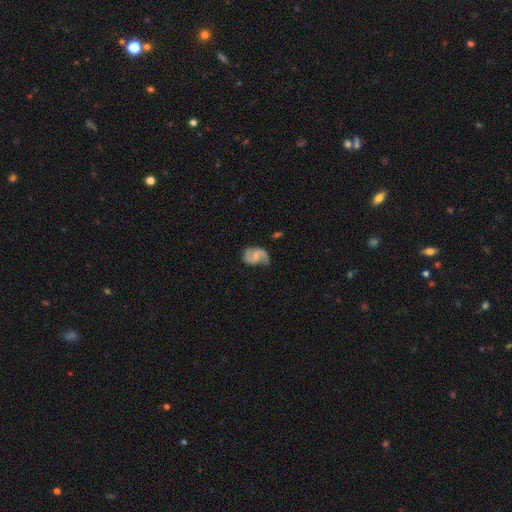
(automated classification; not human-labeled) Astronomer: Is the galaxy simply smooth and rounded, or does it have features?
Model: featured or disk — 80%.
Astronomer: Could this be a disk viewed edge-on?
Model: no — 98%.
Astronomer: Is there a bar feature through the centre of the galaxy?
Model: no — 49% (runner-up: weak, 42%).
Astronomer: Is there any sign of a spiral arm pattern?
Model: yes — 95%.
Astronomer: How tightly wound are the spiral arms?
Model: medium — 45% (runner-up: loose, 40%).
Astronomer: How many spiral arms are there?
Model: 2 — 86%.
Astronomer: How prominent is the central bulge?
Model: small — 51% (runner-up: moderate, 28%).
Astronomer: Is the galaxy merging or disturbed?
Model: none — 62%.